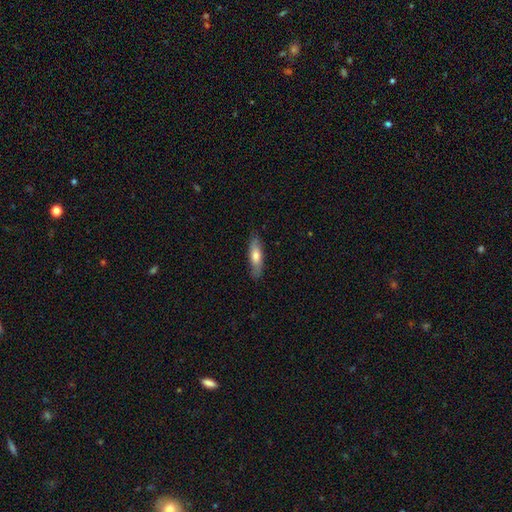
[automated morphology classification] This is likely a smooth galaxy (69%). How rounded: possibly cigar-shaped (55%). Merging: clearly none (82%).